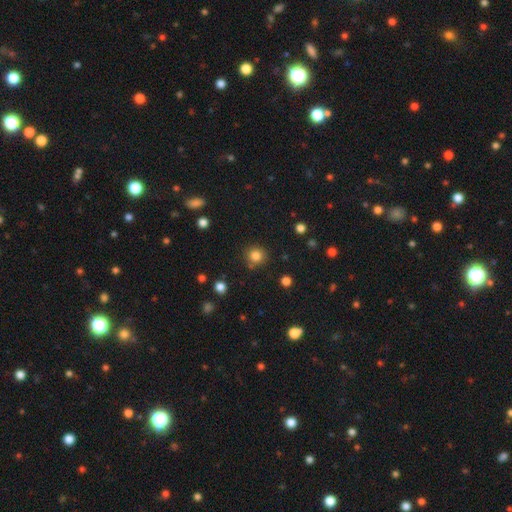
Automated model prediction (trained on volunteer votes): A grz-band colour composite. It shows a smooth galaxy with no disk features (82%) that is round (92%). Merging: none (85%).